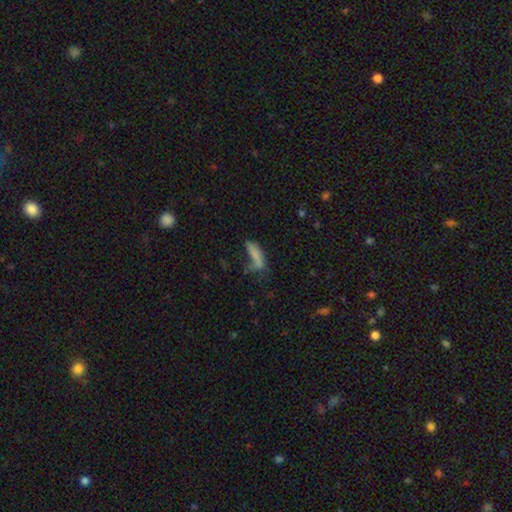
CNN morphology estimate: The model was most divided on "merging": major disturbance: 35%, none: 28%, minor disturbance: 21%, merger: 16%. More confident: smooth or featured — smooth (66%); how rounded — cigar-shaped (52%).